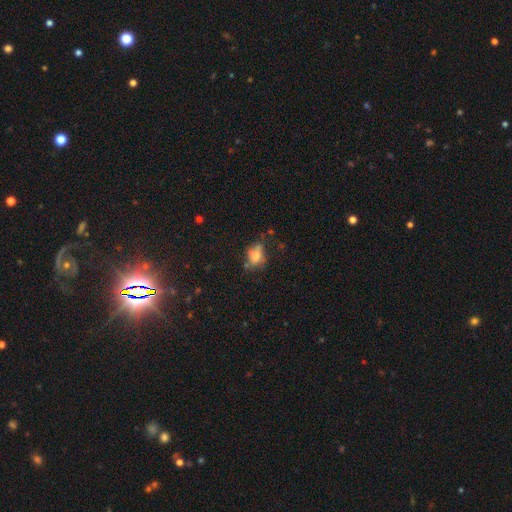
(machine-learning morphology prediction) smooth_or_featured: smooth (p=0.68) [alt: featured or disk p=0.19]
how_rounded: in between (p=0.72) [alt: round p=0.25]
merging: none (p=0.43) [alt: minor disturbance p=0.31]